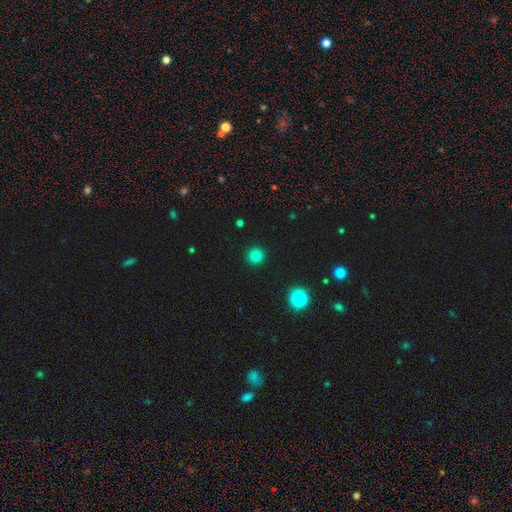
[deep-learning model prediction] Smooth or featured? smooth (81%)
How rounded? round (96%)
Merging? none (93%)